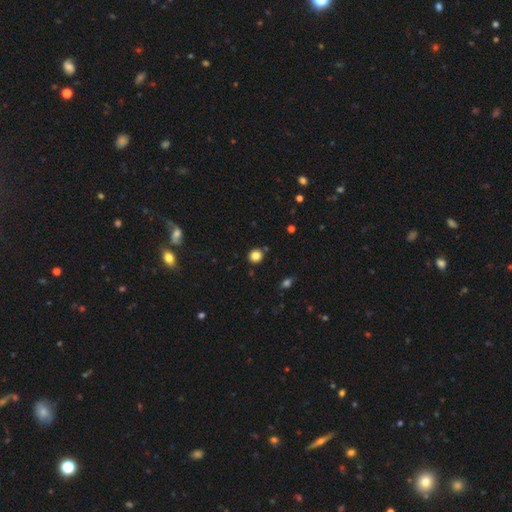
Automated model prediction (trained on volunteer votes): Morphology: type=smooth (83%); roundness=round (90%); merging=none (87%).